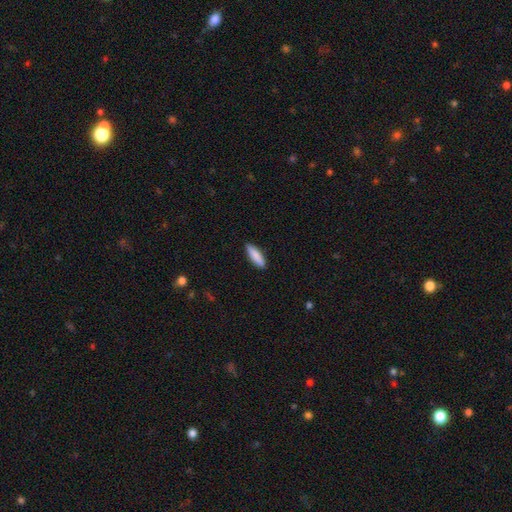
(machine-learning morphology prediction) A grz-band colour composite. It shows a smooth galaxy with no disk features (87%) that is cigar-shaped (59%). Merging: none (90%).